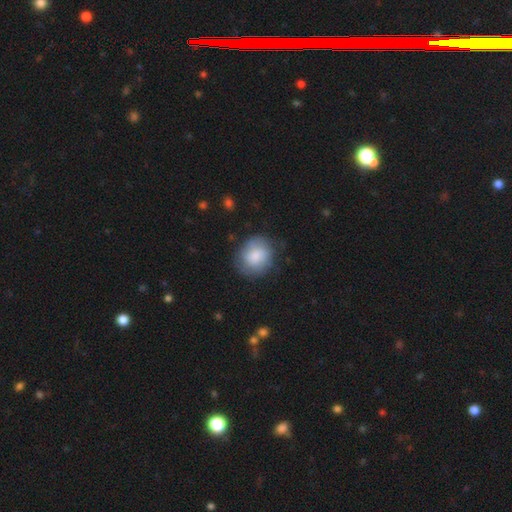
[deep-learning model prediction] The model was most divided on "how rounded": round: 73%, in between: 27%, cigar-shaped: 1%. More confident: smooth or featured — smooth (74%); merging — none (73%).